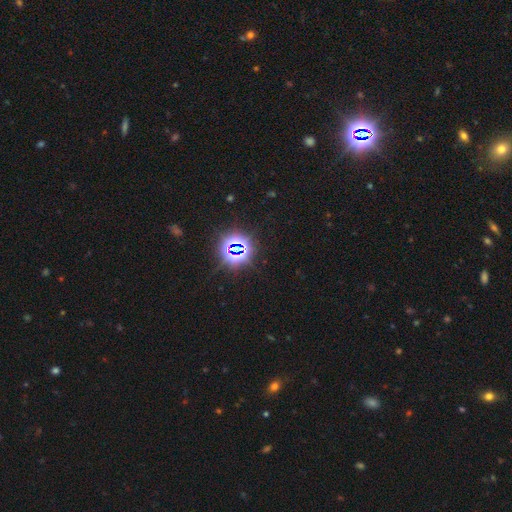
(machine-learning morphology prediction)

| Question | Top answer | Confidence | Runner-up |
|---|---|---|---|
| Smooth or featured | star or artifact | 79% | smooth (14%) |